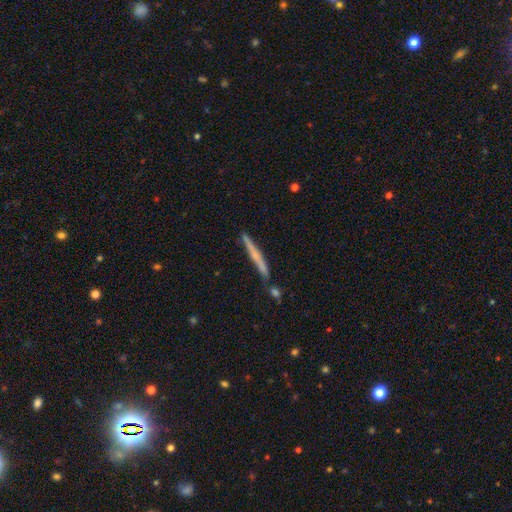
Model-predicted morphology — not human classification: type=featured or disk (51%); edge-on=yes (97%); merging=none (83%).